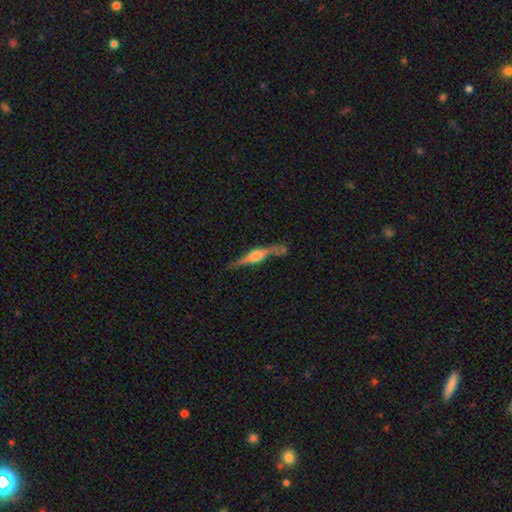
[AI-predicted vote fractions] This appears to be a featured or disk galaxy (77%) viewed edge-on (96%) with a rounded central bulge (84%). Merging: none (73%).